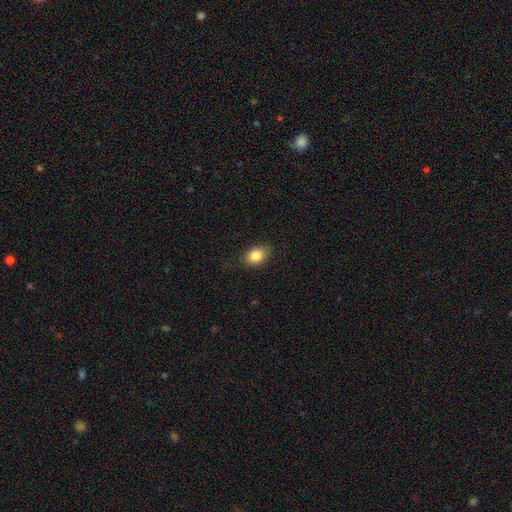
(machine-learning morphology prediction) Q: Smooth or featured?
A: smooth (84%); runner-up: star or artifact (9%)
Q: How rounded?
A: in between (73%); runner-up: round (26%)
Q: Merging?
A: none (81%); runner-up: minor disturbance (15%)